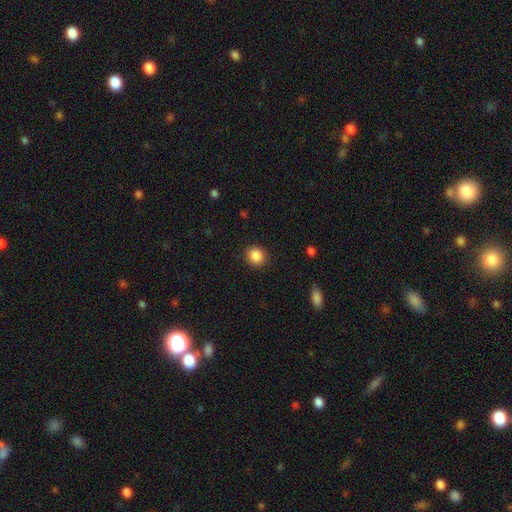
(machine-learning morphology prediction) Smooth or featured: smooth — 87% (star or artifact — 9%)
How rounded: round — 82% (in between — 17%)
Merging: none — 90% (minor disturbance — 7%)